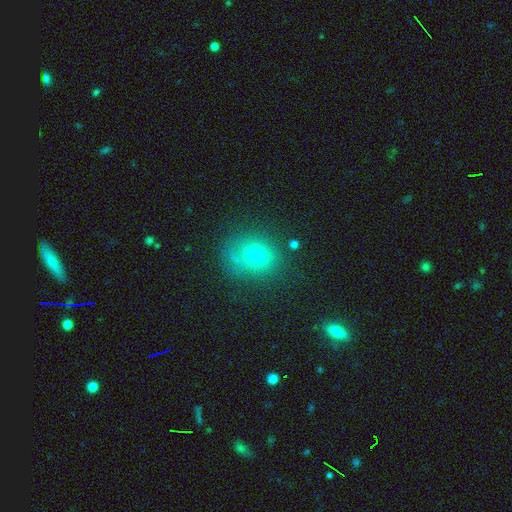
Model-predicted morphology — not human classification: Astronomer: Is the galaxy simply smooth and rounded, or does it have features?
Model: smooth — 64%.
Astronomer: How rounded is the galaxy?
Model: round — 68%.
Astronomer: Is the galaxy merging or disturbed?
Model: none — 71%.